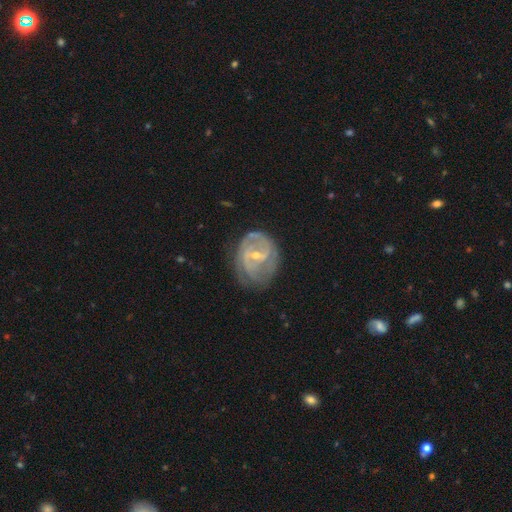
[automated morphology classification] Smooth or featured? featured or disk (84%)
Edge-on disk? no (97%)
Bar? weak (53%)
Spiral arms? yes (91%)
Spiral winding? tight (53%)
Spiral arm count? 2 (45%)
Bulge size? small (58%)
Merging? none (61%)